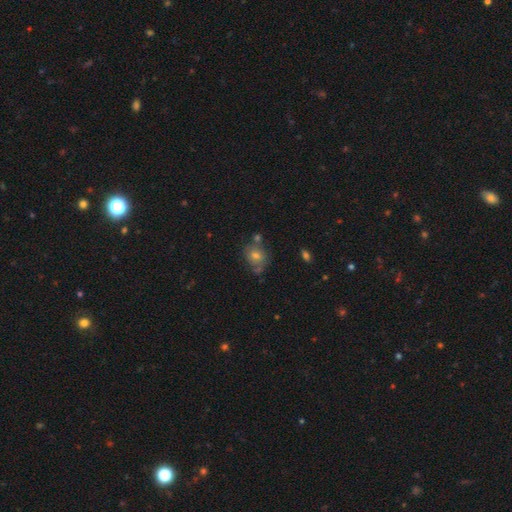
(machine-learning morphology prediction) smooth 55%, featured or disk 27%, star or artifact 19%. Down the decision tree: how rounded — round (66%); merging — none (65%).